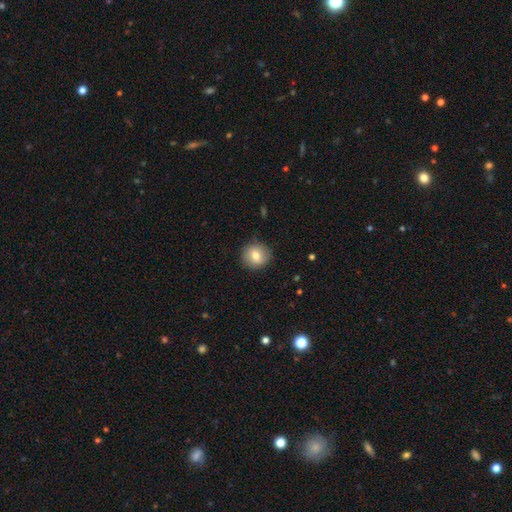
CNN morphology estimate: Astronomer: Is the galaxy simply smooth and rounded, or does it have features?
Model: smooth — 78%.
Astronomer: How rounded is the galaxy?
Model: round — 89%.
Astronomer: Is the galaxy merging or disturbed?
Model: none — 88%.